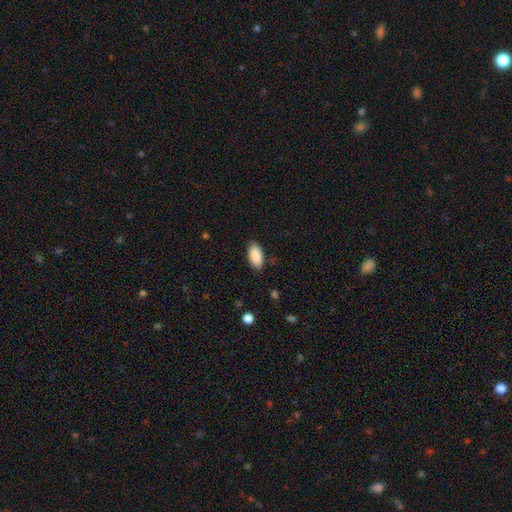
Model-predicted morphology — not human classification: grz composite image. It shows a smooth galaxy with no disk features (90%) that is in between round and cigar-shaped (93%). Merging: none (86%).